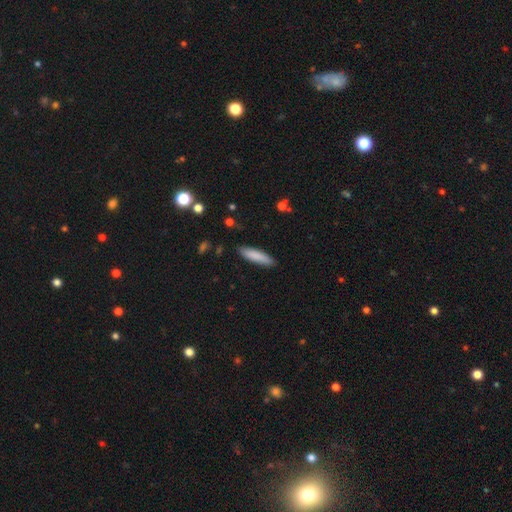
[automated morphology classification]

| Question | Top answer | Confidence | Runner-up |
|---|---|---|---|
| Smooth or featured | smooth | 85% | featured or disk (9%) |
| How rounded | cigar-shaped | 74% | in between (25%) |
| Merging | none | 87% | minor disturbance (10%) |